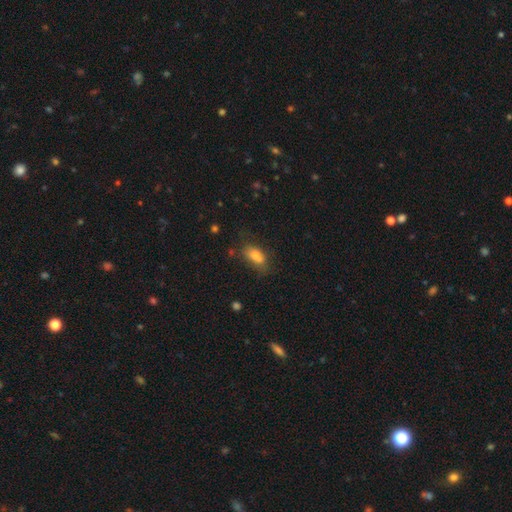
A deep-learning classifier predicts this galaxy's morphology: Overall: smooth (77%). How rounded: in between (86%). Merging: none (61%; minor disturbance 23%).